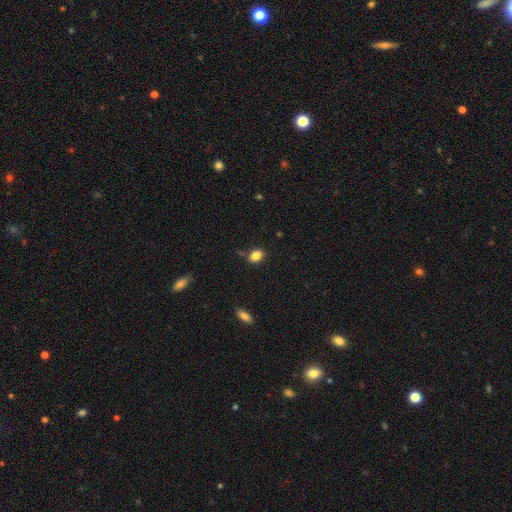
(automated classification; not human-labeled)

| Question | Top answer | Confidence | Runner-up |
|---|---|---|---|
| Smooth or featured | smooth | 84% | star or artifact (10%) |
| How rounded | in between | 61% | round (37%) |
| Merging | none | 78% | minor disturbance (14%) |